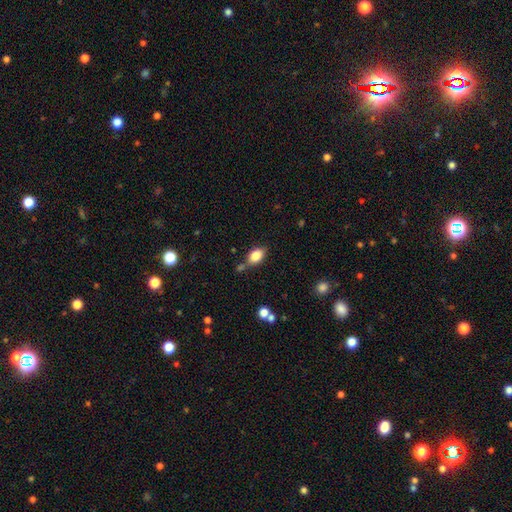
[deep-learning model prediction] Smooth or featured?
  - smooth: 83% *
  - featured or disk: 9%
  - star or artifact: 8%
How rounded?
  - in between: 87% *
  - round: 10%
  - cigar-shaped: 3%
Merging?
  - none: 69% *
  - minor disturbance: 17%
  - merger: 9%
  - major disturbance: 4%